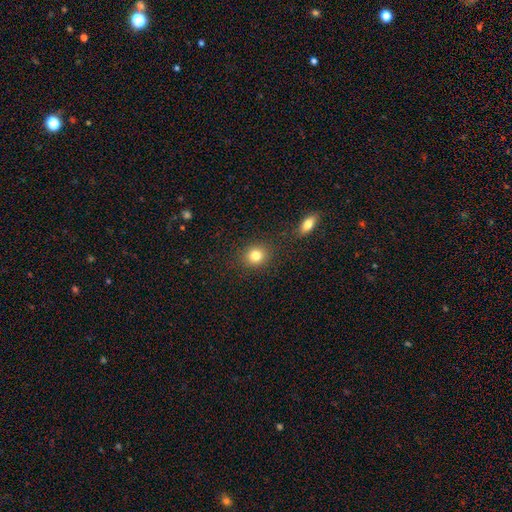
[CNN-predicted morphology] type=smooth (82%); roundness=round (83%); merging=none (86%).